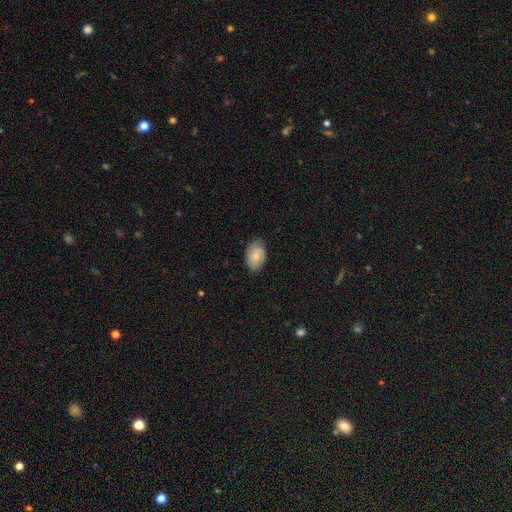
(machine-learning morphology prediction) smooth-or-featured: smooth: 70% | featured or disk: 24% | star or artifact: 7%
  how-rounded: in between: 87% | round: 11% | cigar-shaped: 1%
  merging: none: 77% | minor disturbance: 19% | major disturbance: 4% | merger: 1%